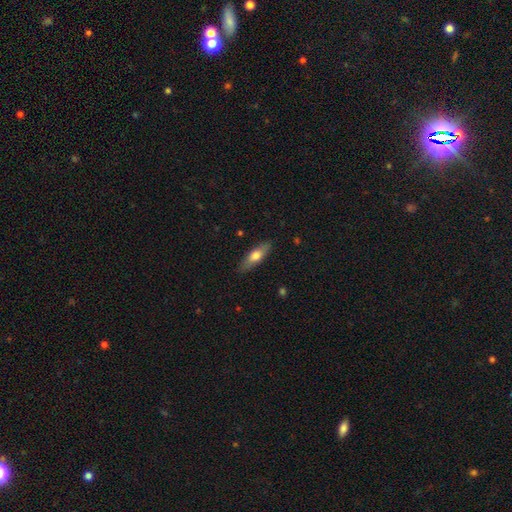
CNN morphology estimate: This is likely a smooth galaxy (64%). How rounded: possibly cigar-shaped (49%, tied with in between). Merging: clearly none (86%).